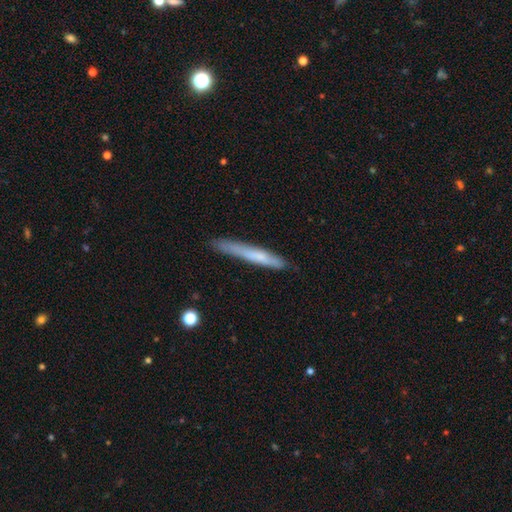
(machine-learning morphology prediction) The model was most divided on "smooth or featured": smooth: 61%, featured or disk: 32%, star or artifact: 7%. More confident: how rounded — cigar-shaped (96%); merging — none (79%).